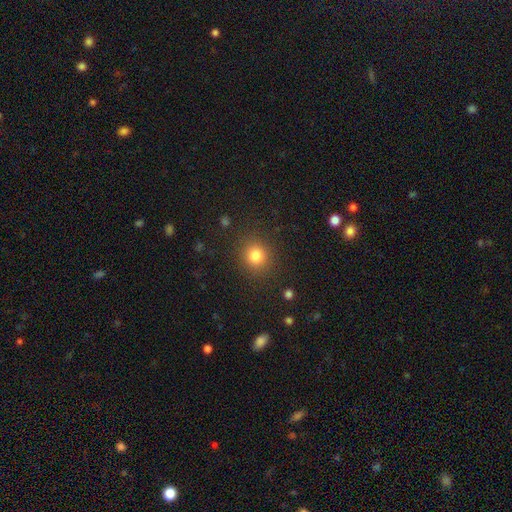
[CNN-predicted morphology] Overall: smooth (81%). How rounded: round (86%). Merging: none (87%).